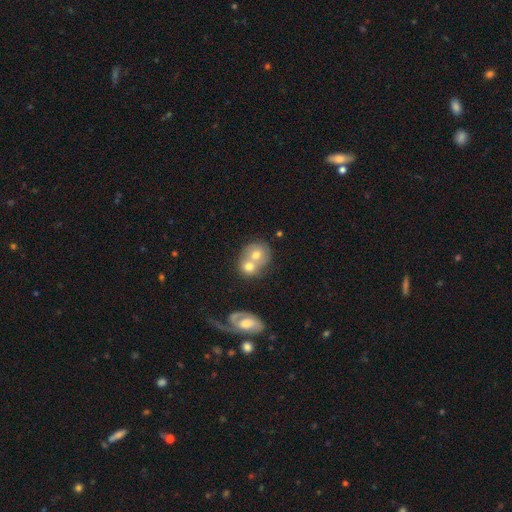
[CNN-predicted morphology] smooth-or-featured: smooth: 52% | featured or disk: 38% | star or artifact: 10%
  how-rounded: round: 68% | in between: 31% | cigar-shaped: 1%
  merging: merger: 63% | none: 26% | minor disturbance: 7% | major disturbance: 4%